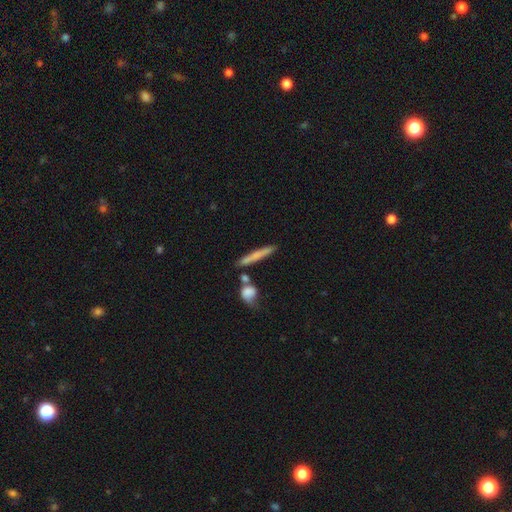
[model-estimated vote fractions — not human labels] smooth_or_featured: smooth (p=0.63) [alt: featured or disk p=0.30]
how_rounded: cigar-shaped (p=0.88) [alt: in between p=0.07]
merging: none (p=0.71) [alt: minor disturbance p=0.13]